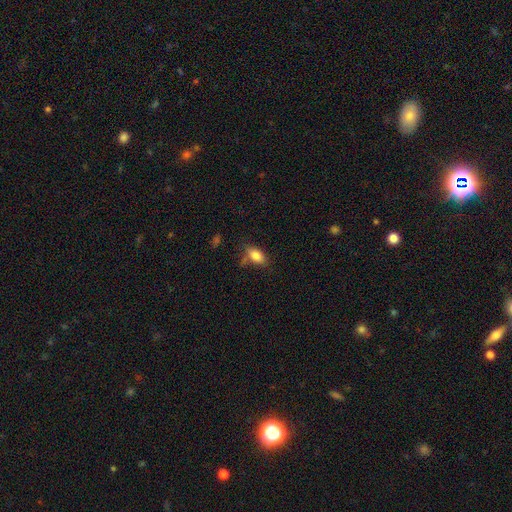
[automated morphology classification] A smooth galaxy with no disk features (83%) that is in between round and cigar-shaped (89%). Merging: none (61%).